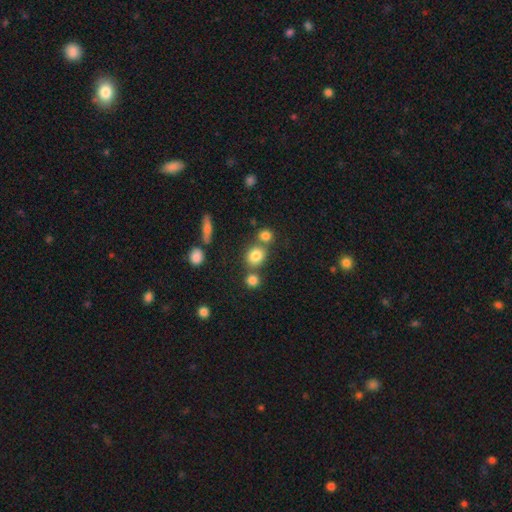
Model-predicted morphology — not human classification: Smooth or featured: smooth — 79% (star or artifact — 12%)
How rounded: round — 70% (in between — 29%)
Merging: none — 60% (merger — 26%)